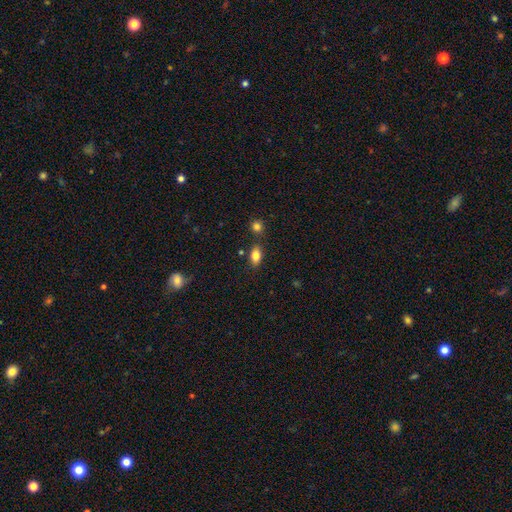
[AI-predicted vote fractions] Smooth or featured? Predicted: smooth (p=0.82). How rounded? Predicted: in between (p=0.86). Merging? Predicted: none (p=0.78).